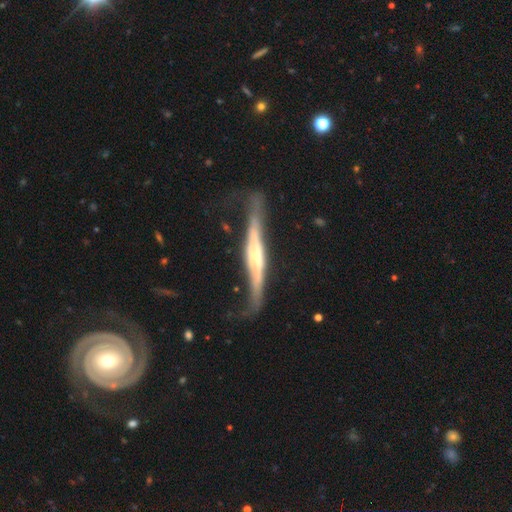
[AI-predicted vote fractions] featured or disk 78%, smooth 16%, star or artifact 5%. Down the decision tree: edge-on disk — yes (84%); edge-on bulge — rounded (50%); merging — none (52%).